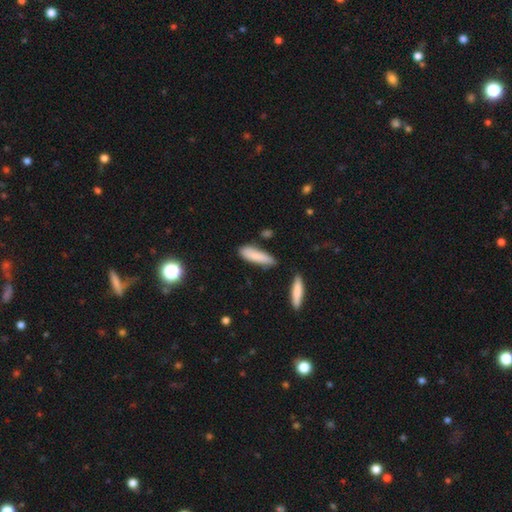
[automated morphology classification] smooth 83%, featured or disk 10%, star or artifact 7%. Down the decision tree: how rounded — cigar-shaped (66%); merging — none (72%).